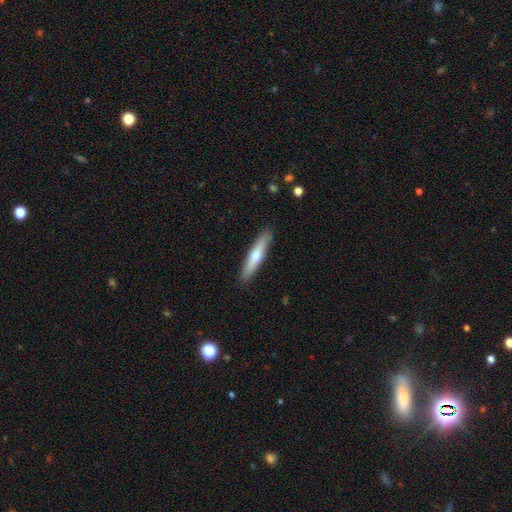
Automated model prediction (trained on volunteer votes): Smooth or featured? smooth (54%)
How rounded? cigar-shaped (84%)
Merging? none (89%)